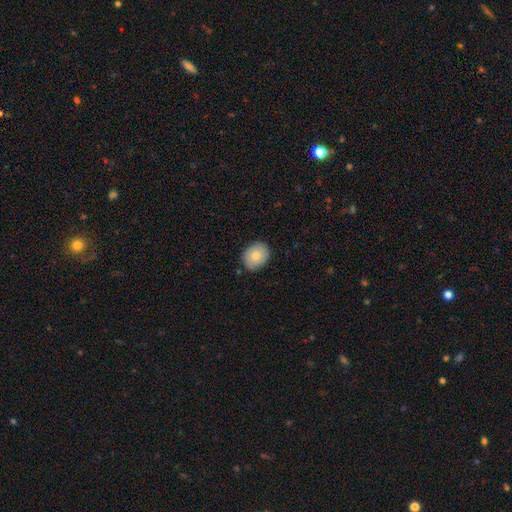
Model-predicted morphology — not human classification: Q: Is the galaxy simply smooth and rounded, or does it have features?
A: smooth — 79%.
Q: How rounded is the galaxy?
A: round — 55%.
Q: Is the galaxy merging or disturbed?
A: none — 87%.